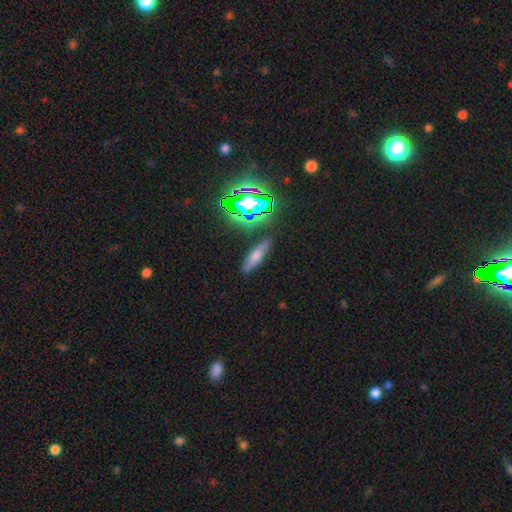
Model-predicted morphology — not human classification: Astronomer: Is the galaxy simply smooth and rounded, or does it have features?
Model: smooth — 49% (runner-up: featured or disk, 26%).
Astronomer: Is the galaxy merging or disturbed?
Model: none — 83%.